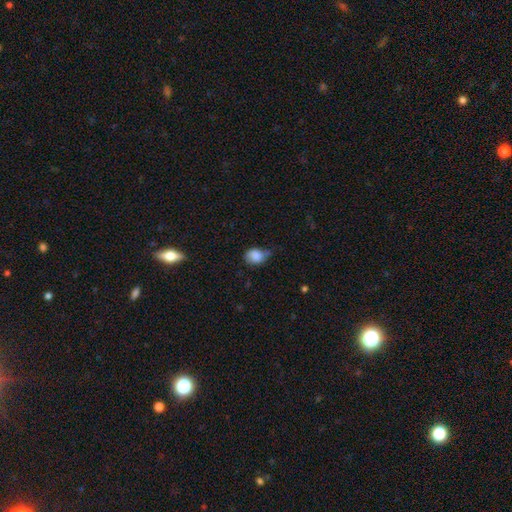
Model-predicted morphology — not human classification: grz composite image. It shows a smooth galaxy with no disk features (84%) that is in between round and cigar-shaped (51%). Merging: none (42%).